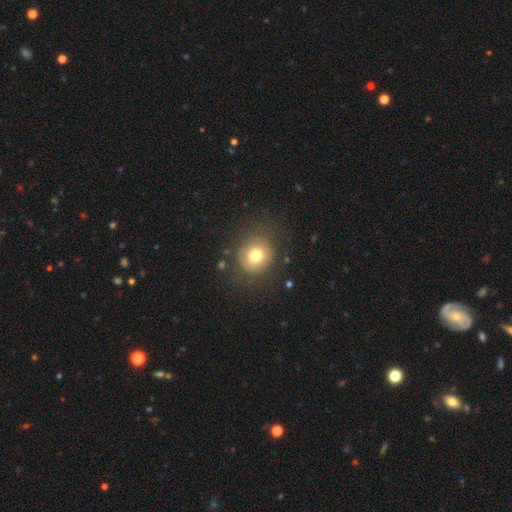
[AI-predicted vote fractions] This appears to be a smooth galaxy with no disk features (75%) that is round (87%). Merging: none (81%).